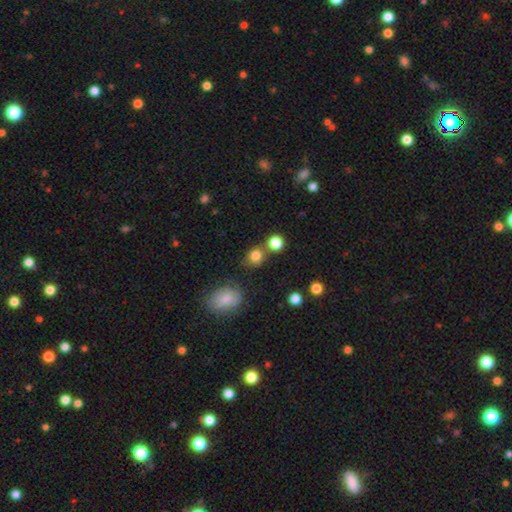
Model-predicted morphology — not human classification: A smooth galaxy with no disk features (80%) that is round (73%). Merging: none (59%).